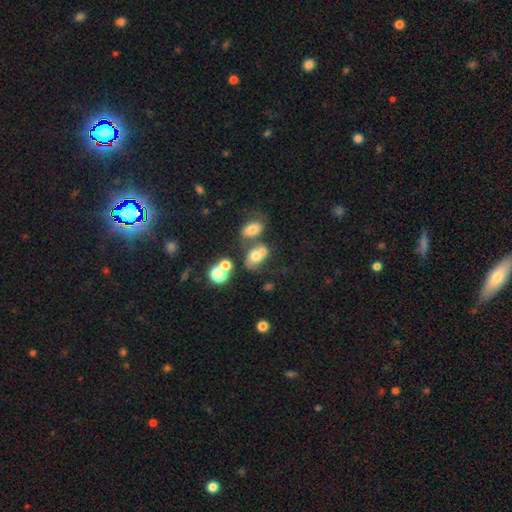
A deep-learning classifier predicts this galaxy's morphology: smooth-or-featured: smooth: 63% | featured or disk: 20% | star or artifact: 16%
  how-rounded: in between: 64% | round: 34% | cigar-shaped: 2%
  merging: merger: 43% | none: 33% | minor disturbance: 14% | major disturbance: 10%